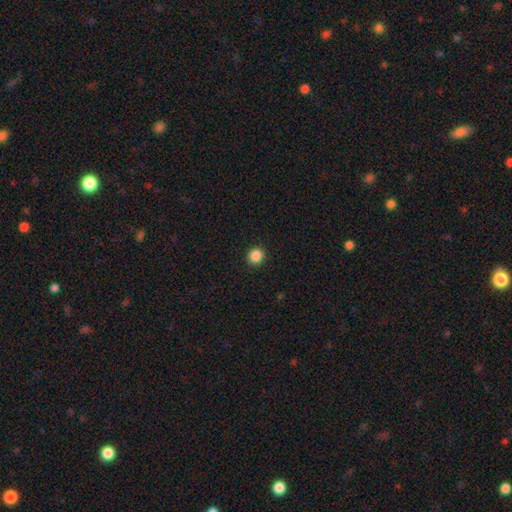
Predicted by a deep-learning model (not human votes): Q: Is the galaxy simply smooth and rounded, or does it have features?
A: smooth — 87%.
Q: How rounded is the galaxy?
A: round — 86%.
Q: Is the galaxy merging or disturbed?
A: none — 92%.